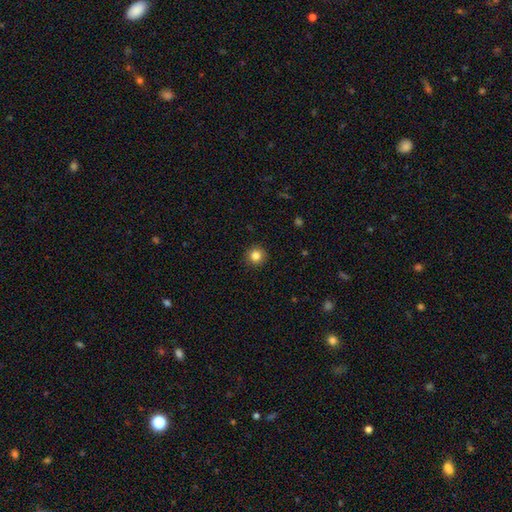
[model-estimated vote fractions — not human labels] Smooth or featured? Predicted: smooth (p=0.84). How rounded? Predicted: round (p=0.95). Merging? Predicted: none (p=0.93).